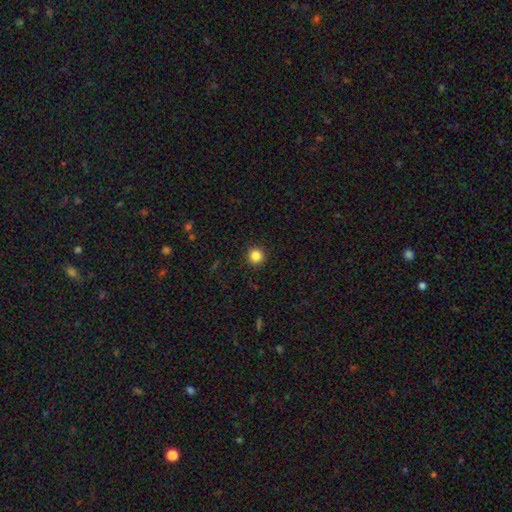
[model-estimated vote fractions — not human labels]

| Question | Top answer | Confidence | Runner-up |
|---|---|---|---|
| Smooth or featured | smooth | 85% | star or artifact (11%) |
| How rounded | round | 95% | in between (4%) |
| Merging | none | 92% | minor disturbance (5%) |